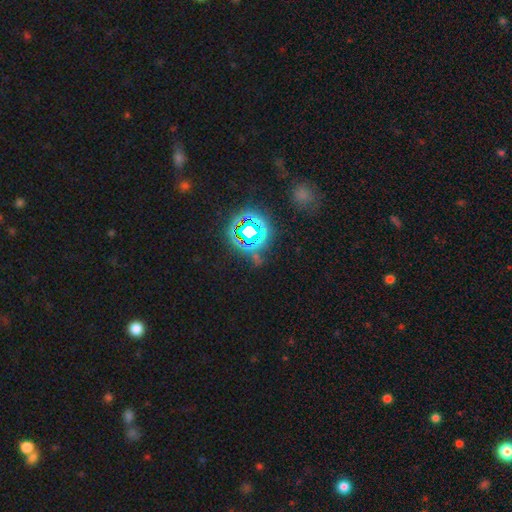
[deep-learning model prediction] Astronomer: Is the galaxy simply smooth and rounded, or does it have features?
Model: star or artifact — 76%.